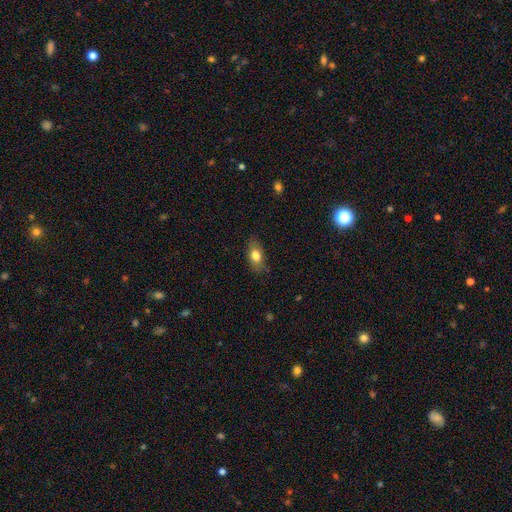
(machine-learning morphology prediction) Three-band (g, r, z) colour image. It shows a smooth galaxy with no disk features (77%) that is in between round and cigar-shaped (84%). Merging: none (80%).